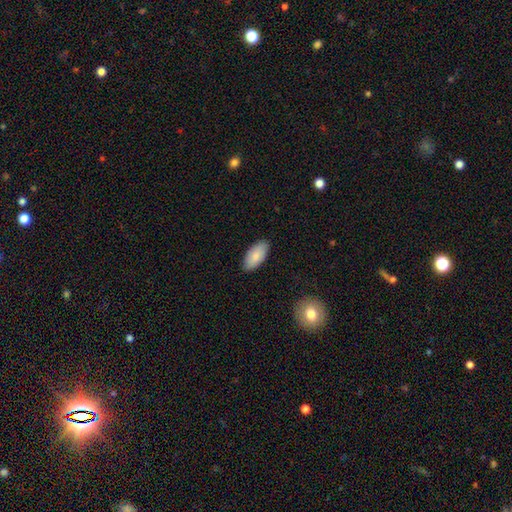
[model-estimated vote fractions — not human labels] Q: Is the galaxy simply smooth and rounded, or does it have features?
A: smooth — 84%.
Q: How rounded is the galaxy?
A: in between — 93%.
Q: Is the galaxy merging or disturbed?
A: none — 87%.